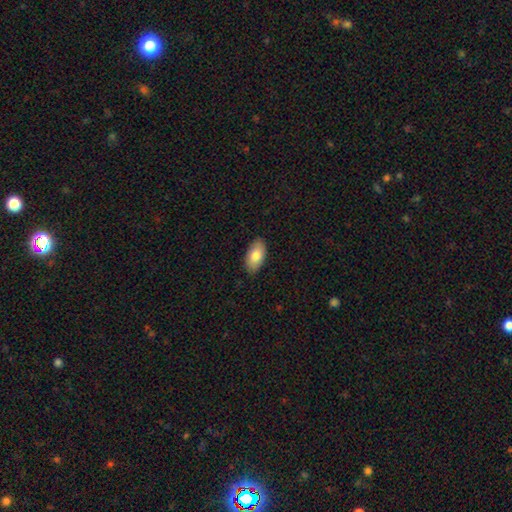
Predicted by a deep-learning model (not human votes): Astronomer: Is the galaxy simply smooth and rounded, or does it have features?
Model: smooth — 78%.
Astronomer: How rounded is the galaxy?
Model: in between — 94%.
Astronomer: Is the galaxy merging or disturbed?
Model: none — 87%.